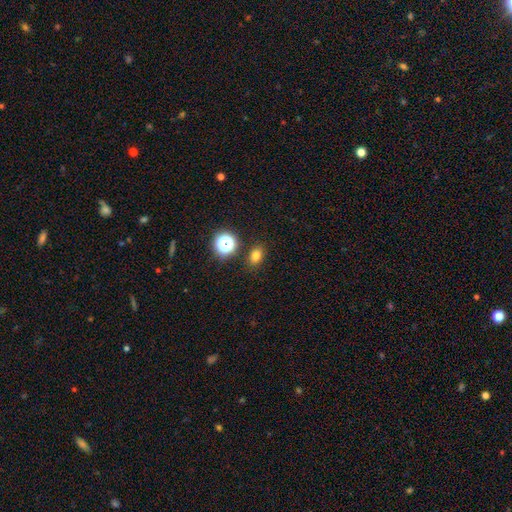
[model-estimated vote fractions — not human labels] Smooth or featured: smooth — 76% (star or artifact — 17%)
How rounded: in between — 67% (round — 32%)
Merging: none — 85% (minor disturbance — 9%)